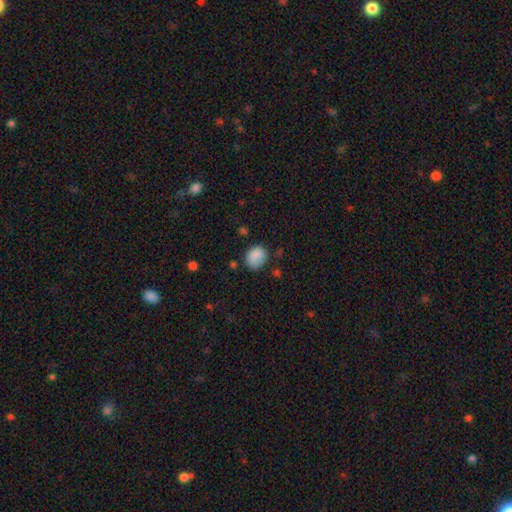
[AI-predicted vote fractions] smooth-or-featured: smooth: 85% | star or artifact: 9% | featured or disk: 6%
  how-rounded: round: 50% | in between: 49% | cigar-shaped: 1%
  merging: none: 66% | minor disturbance: 24% | major disturbance: 7% | merger: 3%